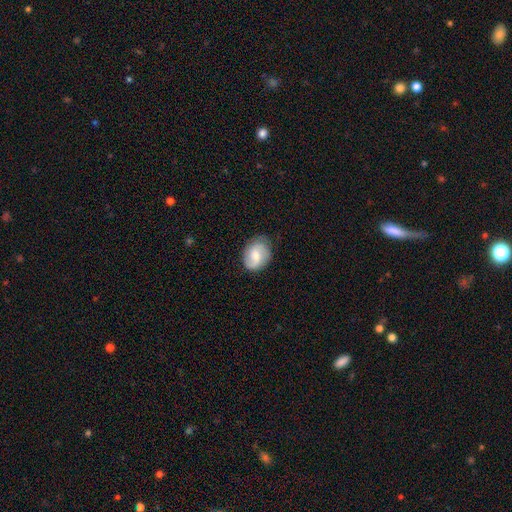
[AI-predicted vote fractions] Q: Smooth or featured?
A: featured or disk (50%); runner-up: smooth (43%)
Q: Edge-on disk?
A: no (97%); runner-up: yes (3%)
Q: Merging?
A: none (76%); runner-up: minor disturbance (18%)